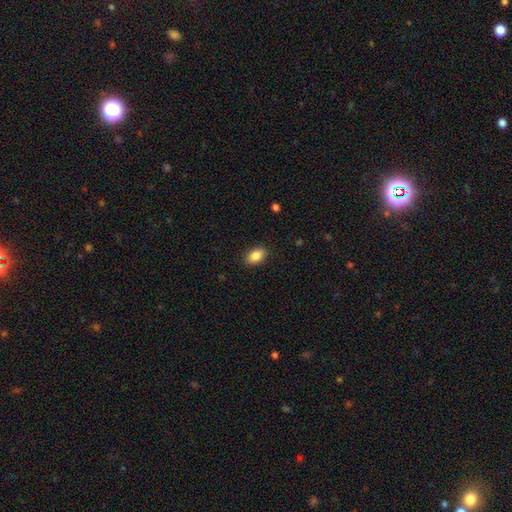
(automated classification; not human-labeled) Smooth or featured? Predicted: smooth (p=0.87). How rounded? Predicted: in between (p=0.88). Merging? Predicted: none (p=0.88).